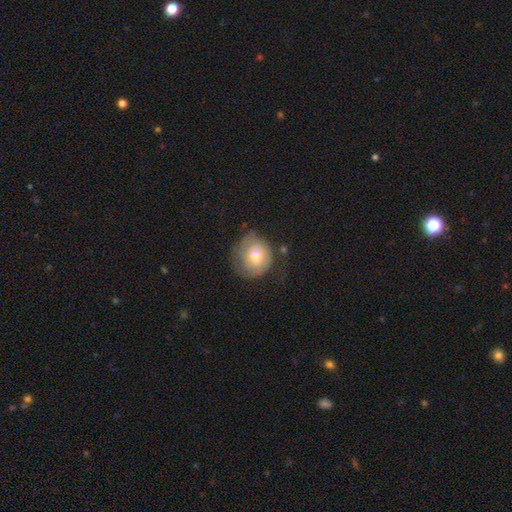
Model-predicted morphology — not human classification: A smooth galaxy with no disk features (66%) that is round (85%).

Vote fractions:
- Smooth or featured? smooth: 66% / featured or disk: 26% / star or artifact: 8%
- How rounded? round: 85% / in between: 14% / cigar-shaped: 1%
- Merging? none: 52% / minor disturbance: 30% / major disturbance: 15% / merger: 3%